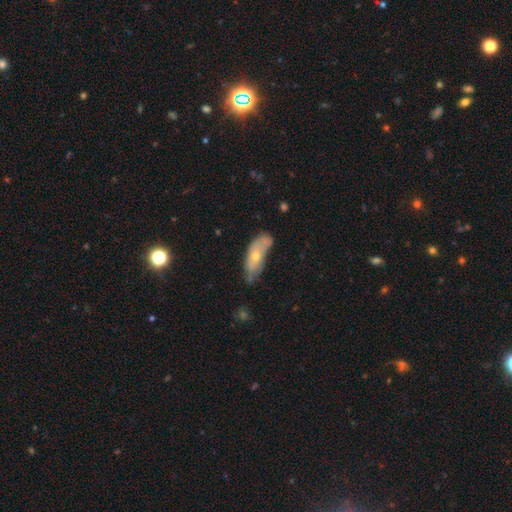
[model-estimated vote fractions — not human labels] A smooth galaxy with no disk features (56%) that is in between round and cigar-shaped (73%). Merging: none (41%).